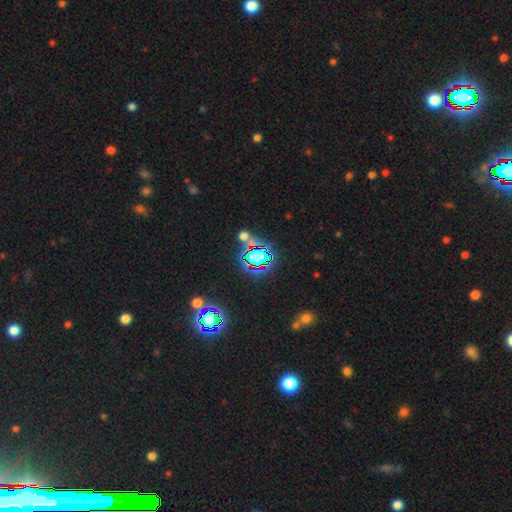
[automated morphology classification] Smooth or featured? Predicted: star or artifact (p=0.66).